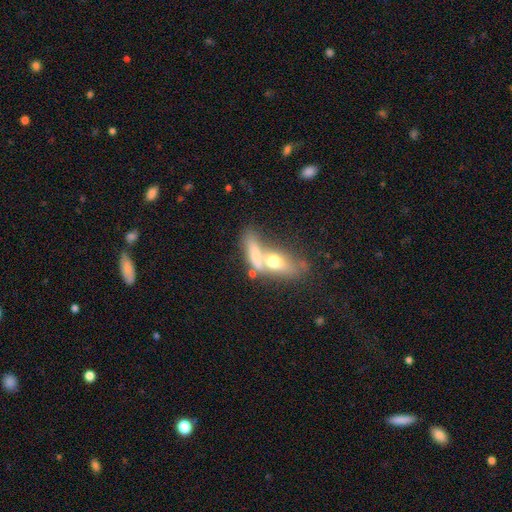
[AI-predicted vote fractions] Overall: smooth (60%; featured or disk 32%). How rounded: in between (58%; cigar-shaped 31%). Merging: merger (56%; none 24%).